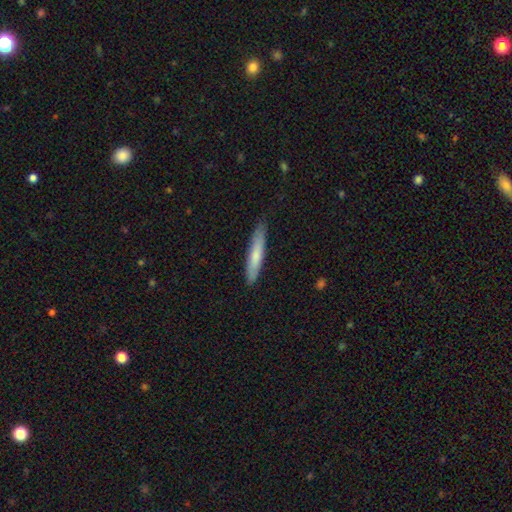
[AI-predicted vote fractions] Smooth or featured? Predicted: smooth (p=0.71). How rounded? Predicted: cigar-shaped (p=0.91). Merging? Predicted: none (p=0.86).